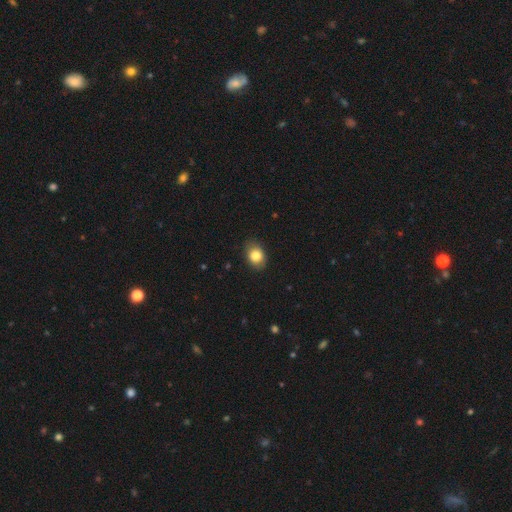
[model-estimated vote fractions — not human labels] smooth_or_featured: smooth (p=0.83) [alt: star or artifact p=0.09]
how_rounded: in between (p=0.63) [alt: round p=0.36]
merging: none (p=0.84) [alt: minor disturbance p=0.13]